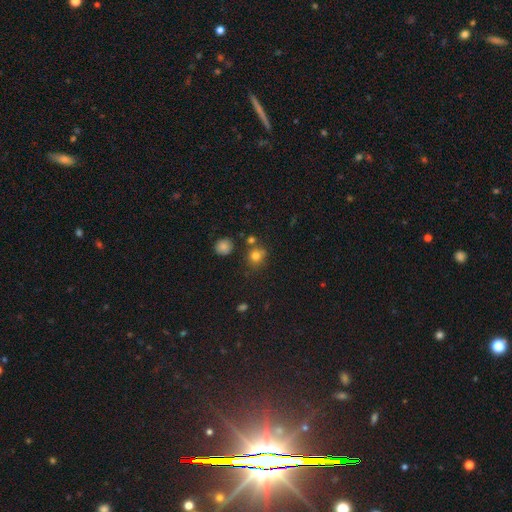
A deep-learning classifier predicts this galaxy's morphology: This is likely a smooth galaxy (77%). How rounded: clearly round (81%). Merging: likely none (71%).